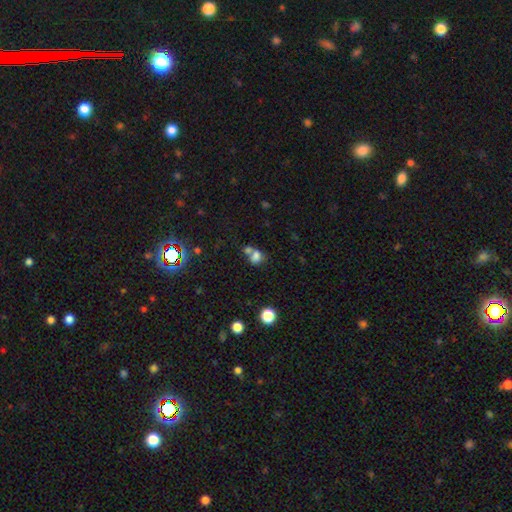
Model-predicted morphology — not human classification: This is likely a smooth galaxy (72%). How rounded: possibly in between (51%). Merging: possibly merger (53%).